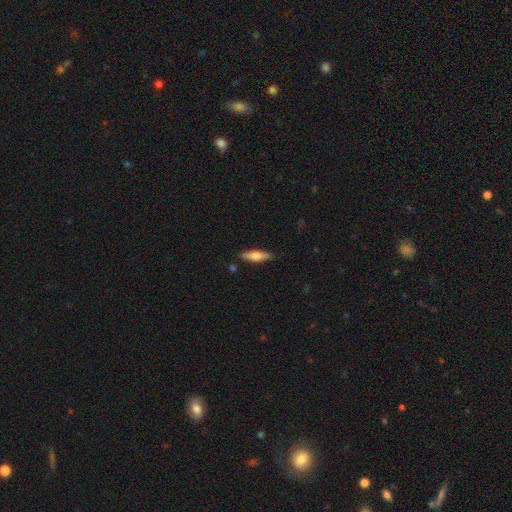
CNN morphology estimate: A smooth galaxy with no disk features (60%) that is cigar-shaped (73%).

Vote fractions:
- Smooth or featured? smooth: 60% / featured or disk: 34% / star or artifact: 6%
- How rounded? cigar-shaped: 73% / in between: 25% / round: 2%
- Merging? none: 87% / minor disturbance: 9% / major disturbance: 2% / merger: 2%